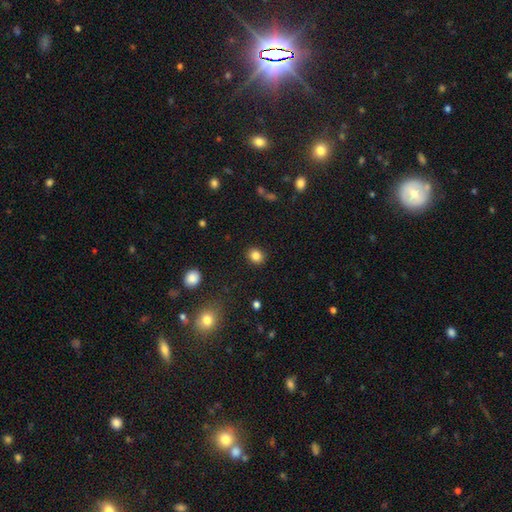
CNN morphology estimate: smooth_or_featured: smooth (p=0.85) [alt: star or artifact p=0.11]
how_rounded: round (p=0.67) [alt: in between p=0.32]
merging: none (p=0.90) [alt: minor disturbance p=0.07]